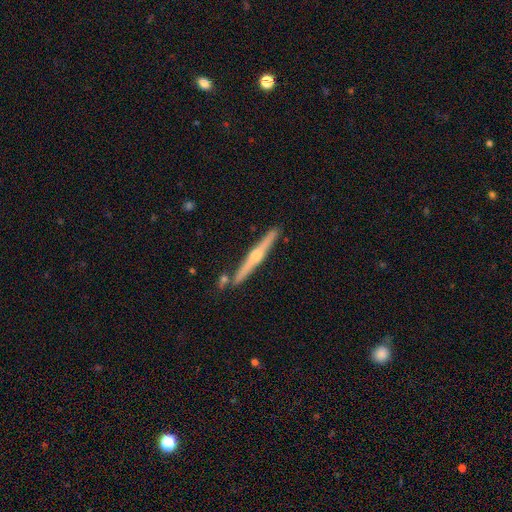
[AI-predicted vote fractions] Smooth or featured?
  - featured or disk: 76% *
  - smooth: 18%
  - star or artifact: 6%
Edge-on disk?
  - yes: 97% *
  - no: 3%
Edge-on bulge?
  - rounded: 85% *
  - none: 10%
  - boxy: 4%
Merging?
  - none: 82% *
  - minor disturbance: 11%
  - merger: 4%
  - major disturbance: 2%